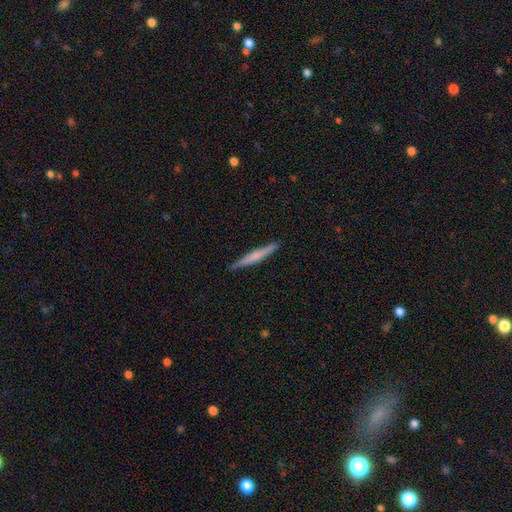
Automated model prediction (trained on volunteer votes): Smooth or featured: smooth — 54% (featured or disk — 41%)
How rounded: cigar-shaped — 96% (in between — 3%)
Merging: none — 90% (minor disturbance — 7%)